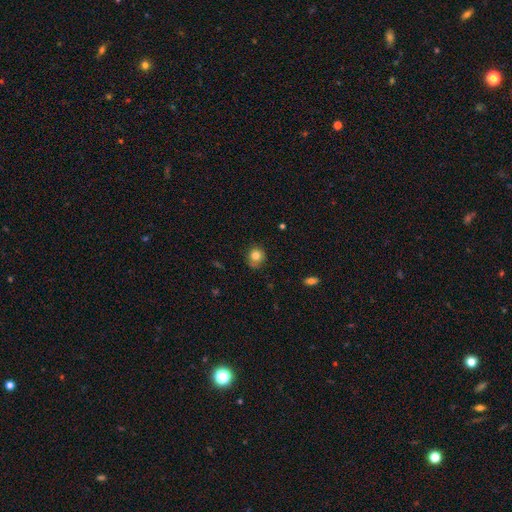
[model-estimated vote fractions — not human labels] A smooth galaxy with no disk features (80%) that is round (86%).

Vote fractions:
- Smooth or featured? smooth: 80% / star or artifact: 11% / featured or disk: 9%
- How rounded? round: 86% / in between: 13% / cigar-shaped: 1%
- Merging? none: 75% / minor disturbance: 19% / major disturbance: 4% / merger: 2%